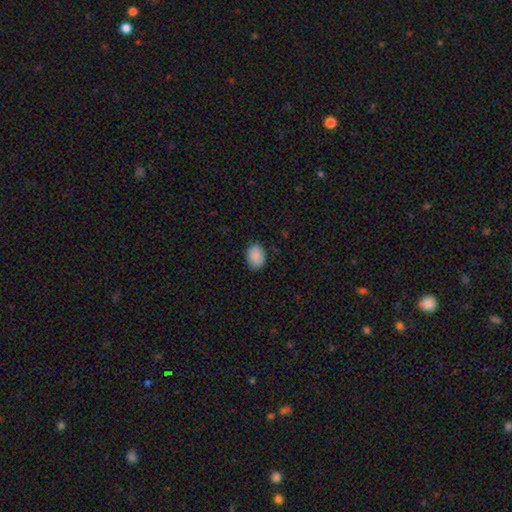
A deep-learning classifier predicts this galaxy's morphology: type=smooth (89%); roundness=in between (73%); merging=none (85%).